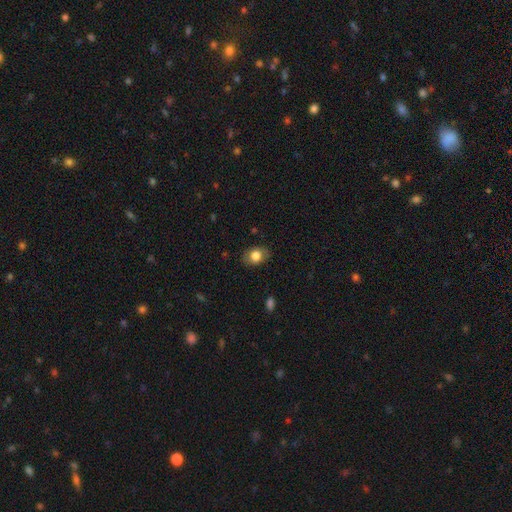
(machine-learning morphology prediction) Q: Smooth or featured?
A: smooth (78%); runner-up: featured or disk (15%)
Q: How rounded?
A: in between (73%); runner-up: round (26%)
Q: Merging?
A: none (82%); runner-up: minor disturbance (14%)